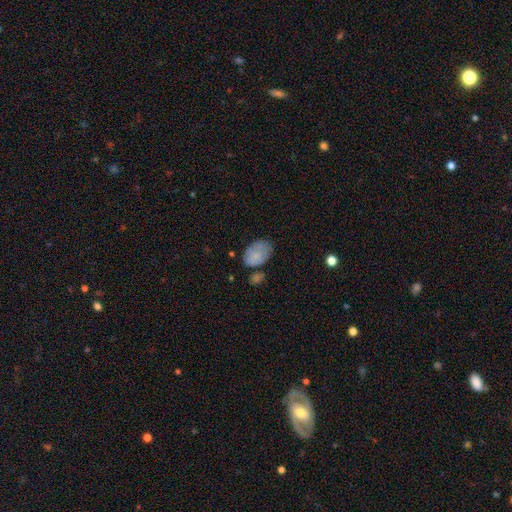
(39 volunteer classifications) A smooth galaxy with no disk features (77%) that is in between round and cigar-shaped (93%). Merging: none (75%).